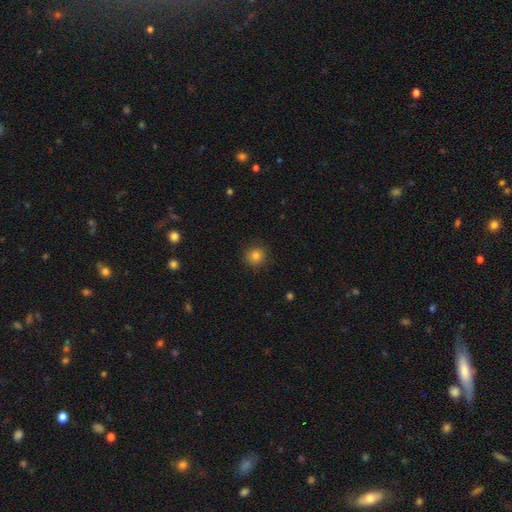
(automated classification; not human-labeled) Smooth or featured?
  - smooth: 82% *
  - star or artifact: 12%
  - featured or disk: 6%
How rounded?
  - round: 90% *
  - in between: 9%
  - cigar-shaped: 1%
Merging?
  - none: 88% *
  - minor disturbance: 9%
  - major disturbance: 2%
  - merger: 1%